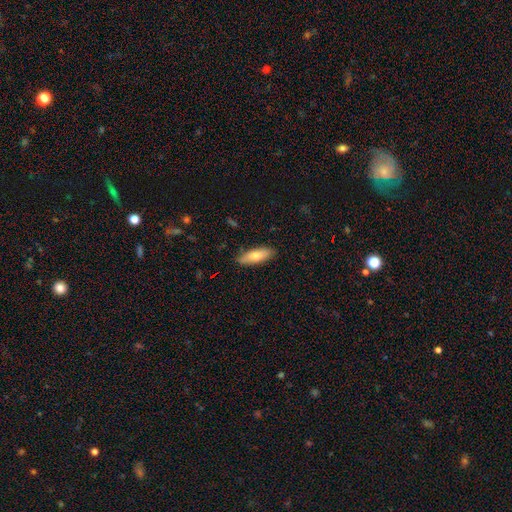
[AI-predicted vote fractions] Smooth or featured? smooth (73%)
How rounded? in between (60%)
Merging? none (87%)